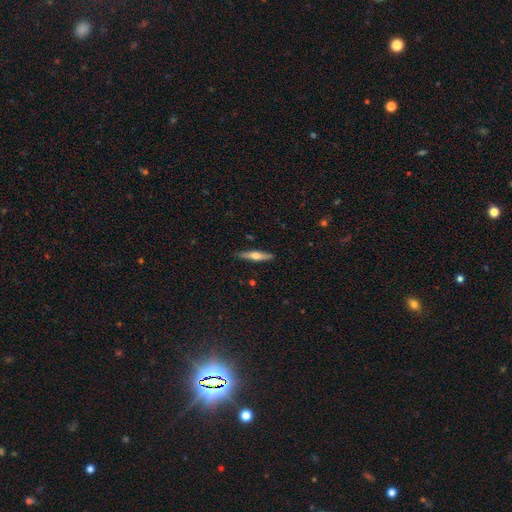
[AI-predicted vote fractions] smooth_or_featured: featured or disk (p=0.52) [alt: smooth p=0.42]
disk_edge_on: yes (p=0.95) [alt: no p=0.05]
merging: none (p=0.88) [alt: minor disturbance p=0.09]